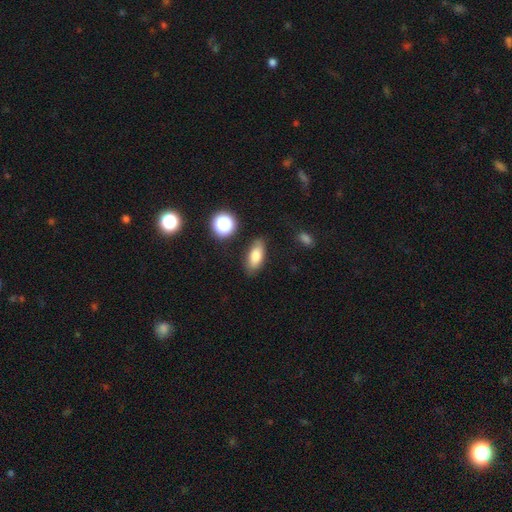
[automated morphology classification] This is likely a smooth galaxy (78%). How rounded: clearly in between (81%). Merging: clearly none (81%).